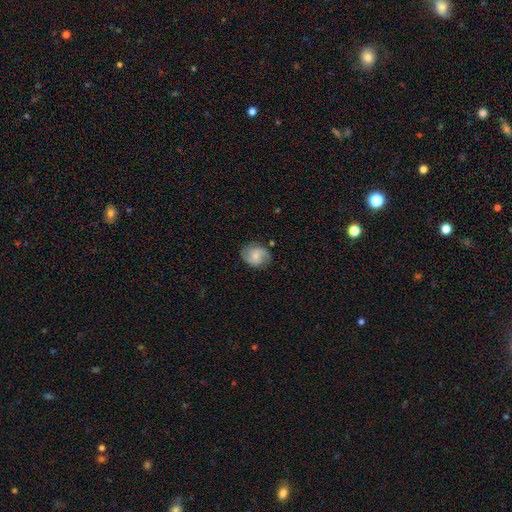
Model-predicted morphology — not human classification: Smooth or featured? featured or disk (47%)
Merging? none (74%)